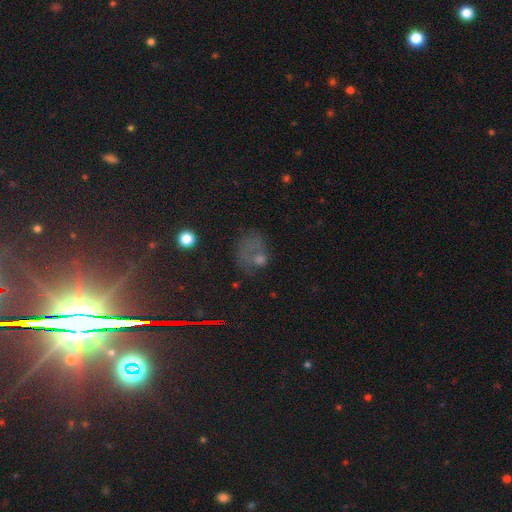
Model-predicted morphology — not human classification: This is possibly a smooth galaxy (46%). Merging: marginally none (39%).